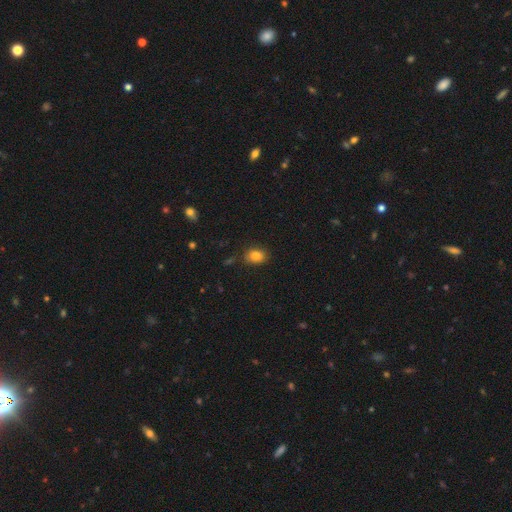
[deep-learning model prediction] Smooth or featured?
  - smooth: 83% *
  - star or artifact: 11%
  - featured or disk: 6%
How rounded?
  - in between: 65% *
  - round: 34%
  - cigar-shaped: 1%
Merging?
  - none: 83% *
  - minor disturbance: 12%
  - major disturbance: 3%
  - merger: 2%